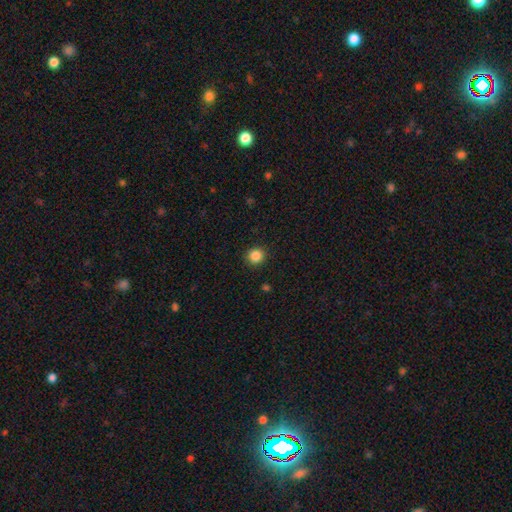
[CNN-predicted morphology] Smooth or featured? Predicted: smooth (p=0.86). How rounded? Predicted: round (p=0.92). Merging? Predicted: none (p=0.92).